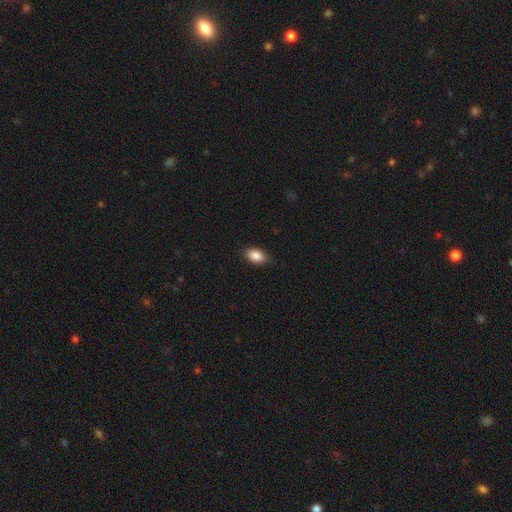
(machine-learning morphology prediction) type=smooth (86%); roundness=in between (86%); merging=none (83%).